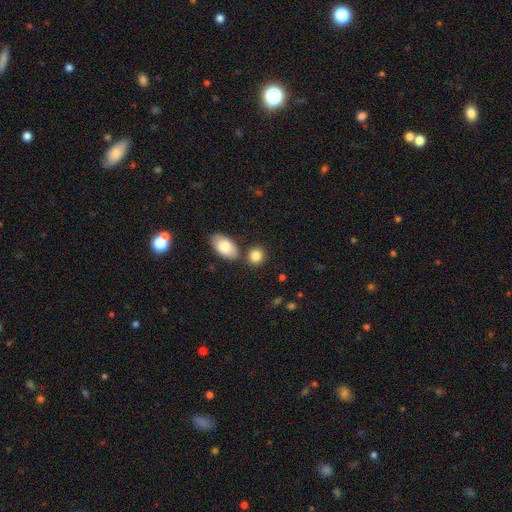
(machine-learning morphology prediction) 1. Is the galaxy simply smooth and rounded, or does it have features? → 86% smooth, 8% star or artifact, 7% featured or disk.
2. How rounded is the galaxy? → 60% round, 38% in between, 2% cigar-shaped.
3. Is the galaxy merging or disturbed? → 71% none, 16% merger, 10% minor disturbance, 3% major disturbance.